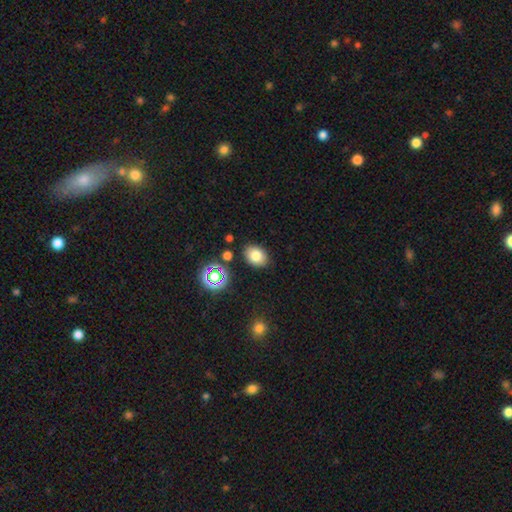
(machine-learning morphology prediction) Smooth or featured? Predicted: smooth (p=0.77). How rounded? Predicted: in between (p=0.72). Merging? Predicted: none (p=0.84).